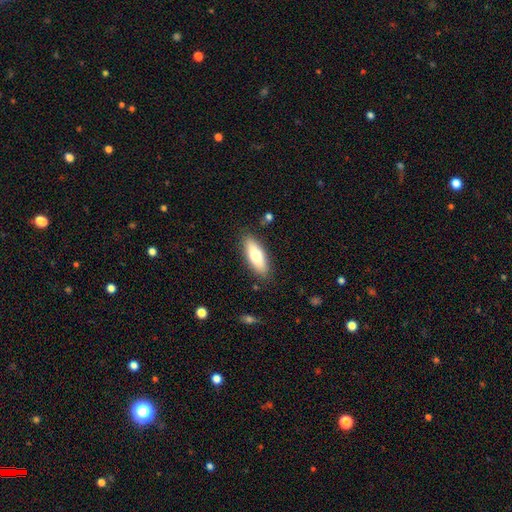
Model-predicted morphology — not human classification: The model was most divided on "how rounded": in between: 63%, cigar-shaped: 35%, round: 2%. More confident: merging — none (85%); smooth or featured — smooth (71%).